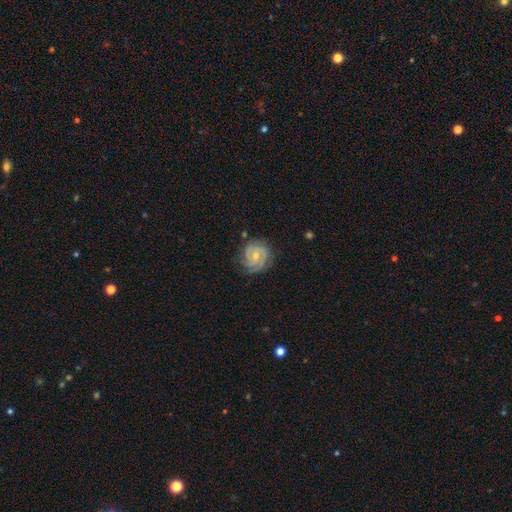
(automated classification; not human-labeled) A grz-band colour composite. It shows a featured or disk galaxy (86%) with no bar (51%), 2 (60%) tight (72%) spiral arms (97%) and a moderate central bulge (55%). Merging: none (77%).